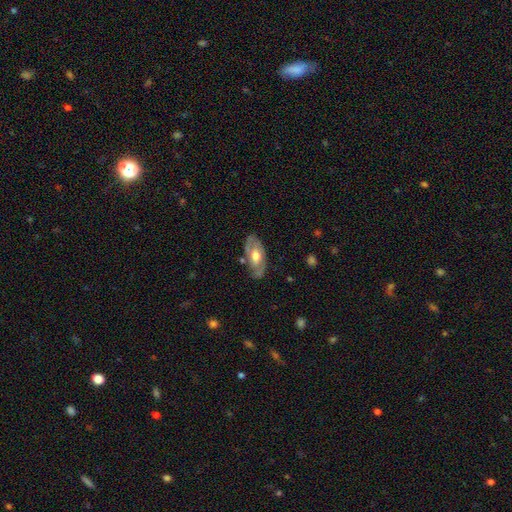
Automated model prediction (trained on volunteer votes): The model was most divided on "smooth or featured": featured or disk: 55%, smooth: 40%, star or artifact: 6%. More confident: edge-on disk — no (85%); merging — none (68%).